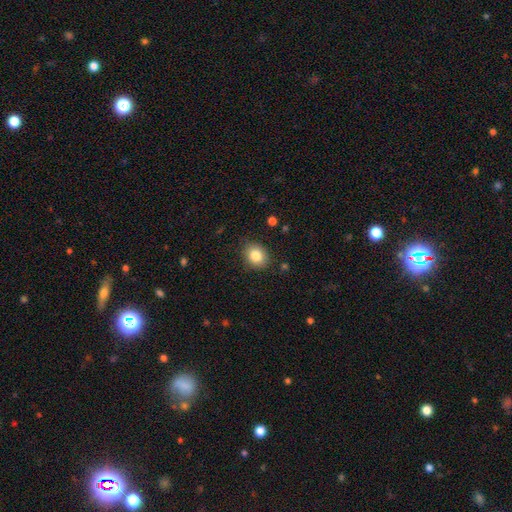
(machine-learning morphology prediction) Smooth or featured?
  - smooth: 84% *
  - star or artifact: 9%
  - featured or disk: 7%
How rounded?
  - round: 55% *
  - in between: 44%
  - cigar-shaped: 1%
Merging?
  - none: 85% *
  - minor disturbance: 11%
  - major disturbance: 3%
  - merger: 1%